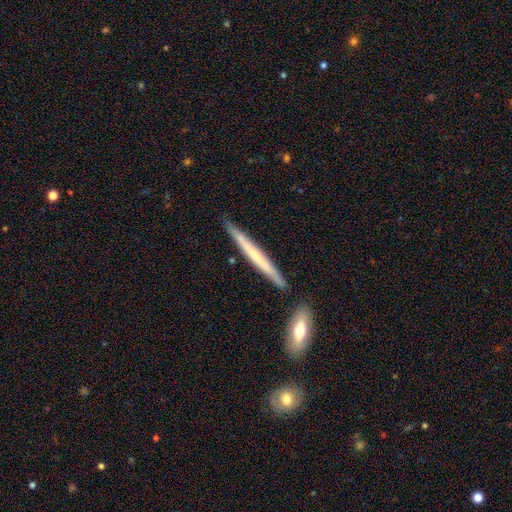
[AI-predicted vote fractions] Q: Smooth or featured?
A: featured or disk (49%); runner-up: smooth (45%)
Q: Merging?
A: none (84%); runner-up: minor disturbance (10%)